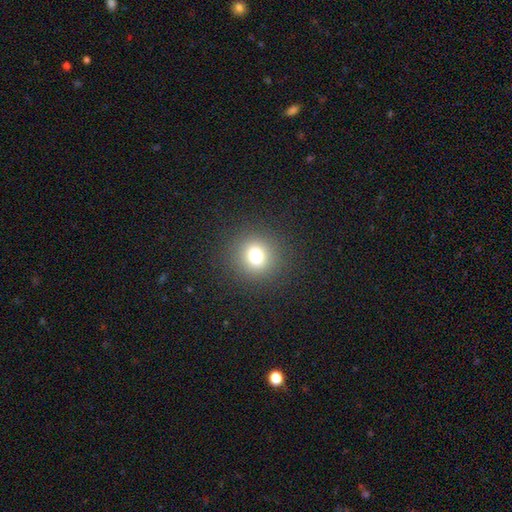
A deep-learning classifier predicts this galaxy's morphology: Q: Smooth or featured?
A: smooth (75%); runner-up: star or artifact (15%)
Q: How rounded?
A: round (87%); runner-up: in between (12%)
Q: Merging?
A: none (89%); runner-up: minor disturbance (6%)